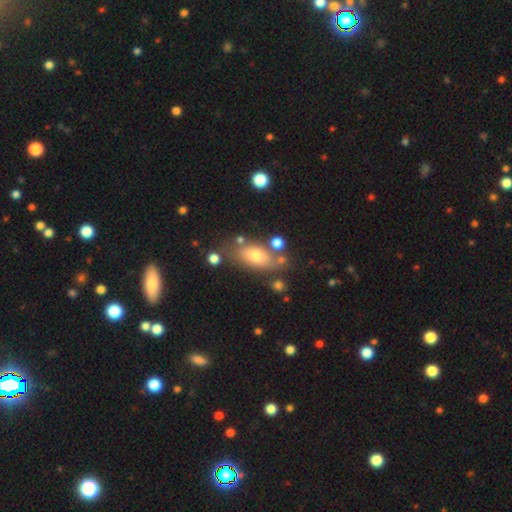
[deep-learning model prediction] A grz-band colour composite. It shows a smooth galaxy with no disk features (70%) that is in between round and cigar-shaped (83%). Merging: none (66%).